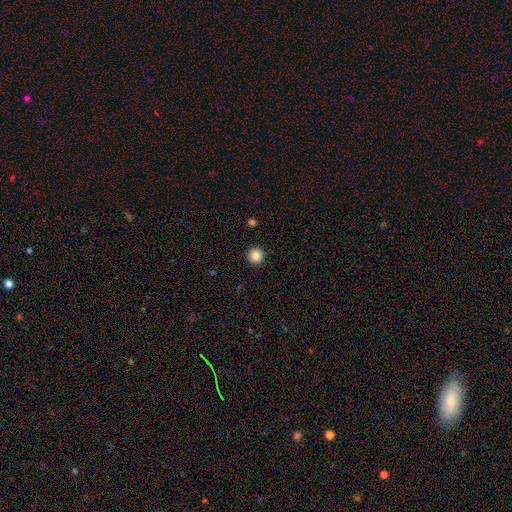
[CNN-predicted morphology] Smooth or featured?
  - smooth: 86% *
  - star or artifact: 10%
  - featured or disk: 4%
How rounded?
  - round: 96% *
  - in between: 3%
  - cigar-shaped: 1%
Merging?
  - none: 93% *
  - minor disturbance: 4%
  - major disturbance: 1%
  - merger: 1%